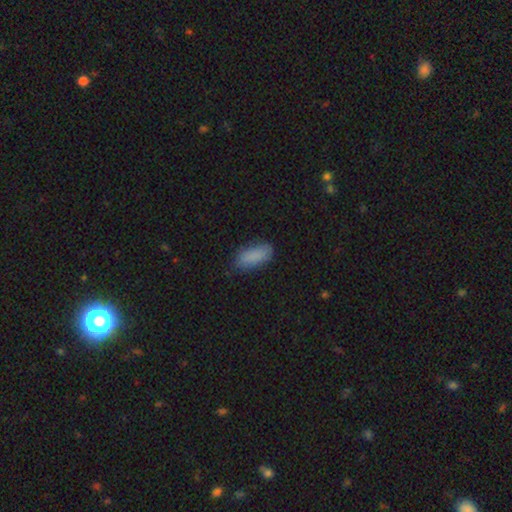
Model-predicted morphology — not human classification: Smooth or featured? smooth (86%)
How rounded? in between (81%)
Merging? none (72%)